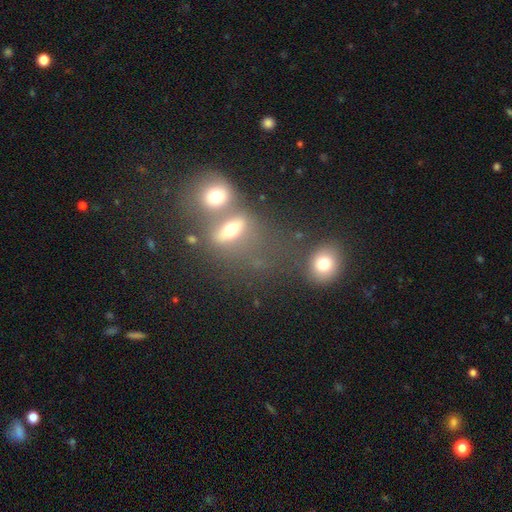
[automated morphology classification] smooth 42%, star or artifact 34%, featured or disk 23%. Down the decision tree: merging — merger (58%).